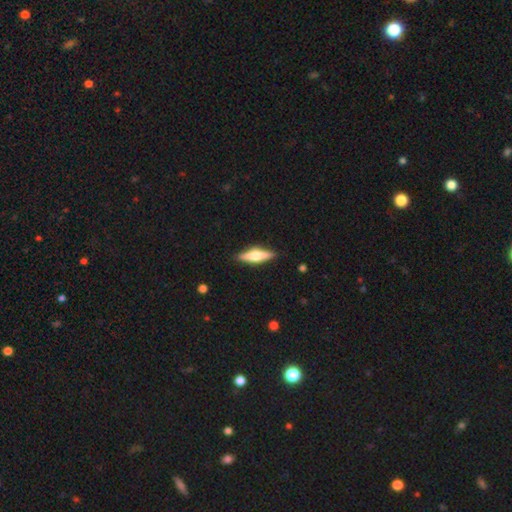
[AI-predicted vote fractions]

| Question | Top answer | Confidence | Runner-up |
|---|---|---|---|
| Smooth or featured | featured or disk | 59% | smooth (35%) |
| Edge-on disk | yes | 96% | no (4%) |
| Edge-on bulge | rounded | 91% | boxy (7%) |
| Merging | none | 90% | minor disturbance (8%) |